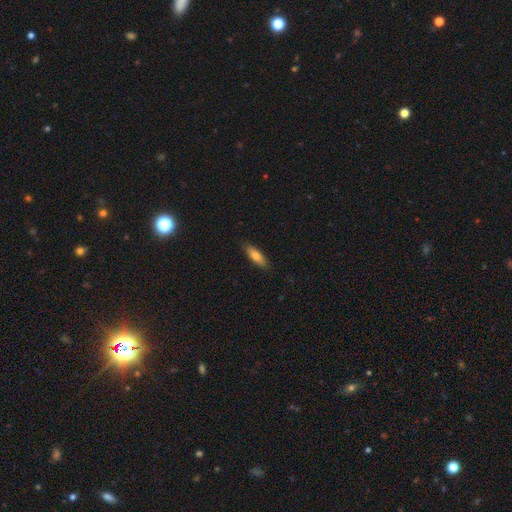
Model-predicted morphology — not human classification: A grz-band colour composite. It shows a smooth galaxy with no disk features (75%) that is in between round and cigar-shaped (51%). Merging: none (87%).